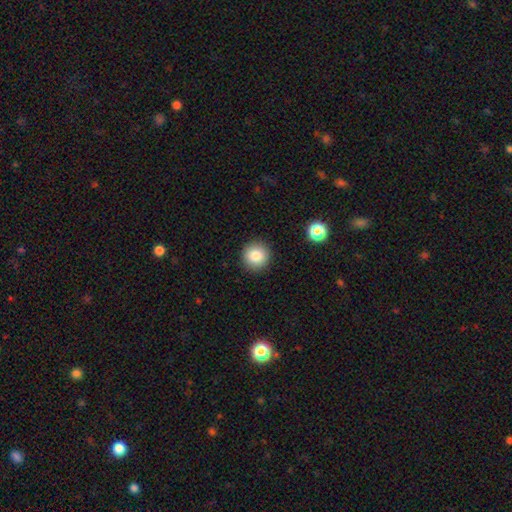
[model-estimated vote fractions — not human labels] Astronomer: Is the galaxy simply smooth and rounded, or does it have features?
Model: smooth — 84%.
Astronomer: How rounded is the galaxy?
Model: round — 95%.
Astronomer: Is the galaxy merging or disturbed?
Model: none — 91%.